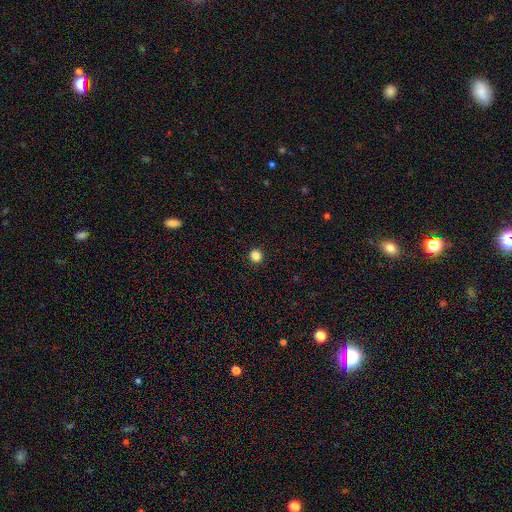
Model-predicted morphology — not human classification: A smooth galaxy with no disk features (85%) that is round (90%).

Vote fractions:
- Smooth or featured? smooth: 85% / star or artifact: 12% / featured or disk: 3%
- How rounded? round: 90% / in between: 9% / cigar-shaped: 1%
- Merging? none: 93% / minor disturbance: 4% / major disturbance: 2% / merger: 1%